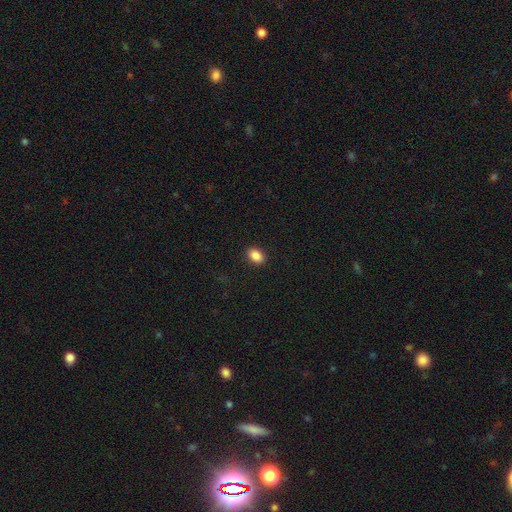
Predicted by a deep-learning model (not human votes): Smooth or featured? Predicted: smooth (p=0.88). How rounded? Predicted: in between (p=0.83). Merging? Predicted: none (p=0.90).